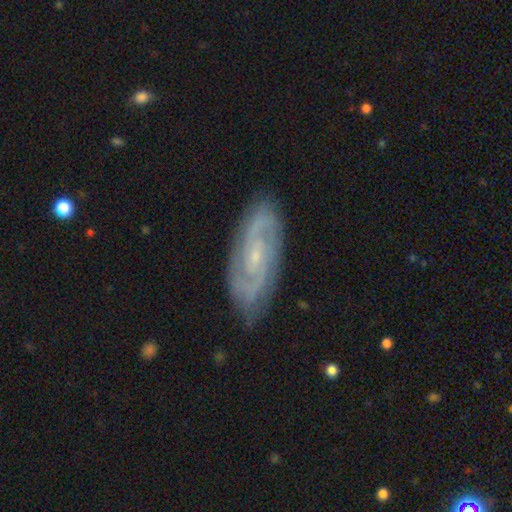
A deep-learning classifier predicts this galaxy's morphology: Q: Smooth or featured?
A: featured or disk (84%); runner-up: smooth (10%)
Q: Edge-on disk?
A: no (93%); runner-up: yes (7%)
Q: Bar?
A: no (50%); runner-up: weak (40%)
Q: Spiral arms?
A: yes (96%); runner-up: no (4%)
Q: Spiral winding?
A: medium (44%); runner-up: tight (42%)
Q: Spiral arm count?
A: 2 (63%); runner-up: can't tell (16%)
Q: Bulge size?
A: small (78%); runner-up: moderate (16%)
Q: Merging?
A: none (83%); runner-up: minor disturbance (13%)